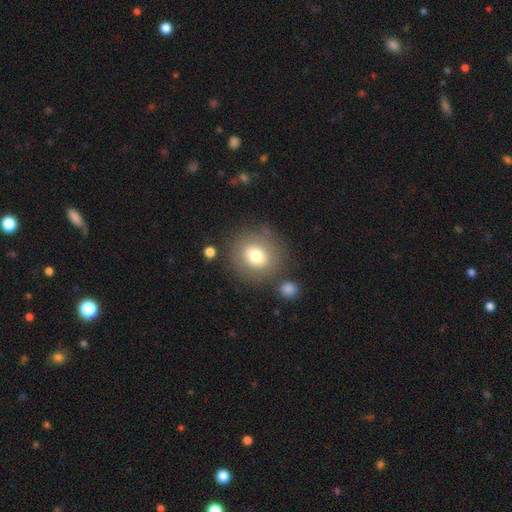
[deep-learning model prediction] This is likely a smooth galaxy (70%). How rounded: clearly round (83%). Merging: likely none (76%).